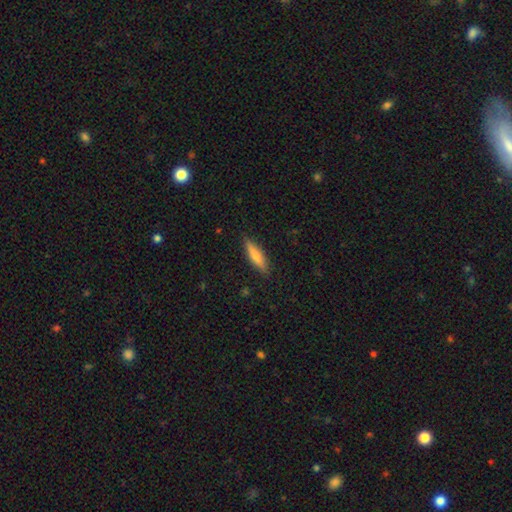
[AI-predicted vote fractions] Overall: smooth (68%). How rounded: cigar-shaped (73%). Merging: none (87%).